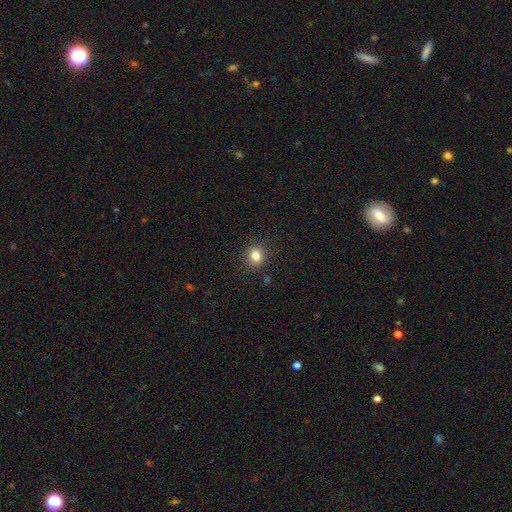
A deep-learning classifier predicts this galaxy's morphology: This appears to be a smooth galaxy with no disk features (82%) that is round (59%). Merging: none (87%).